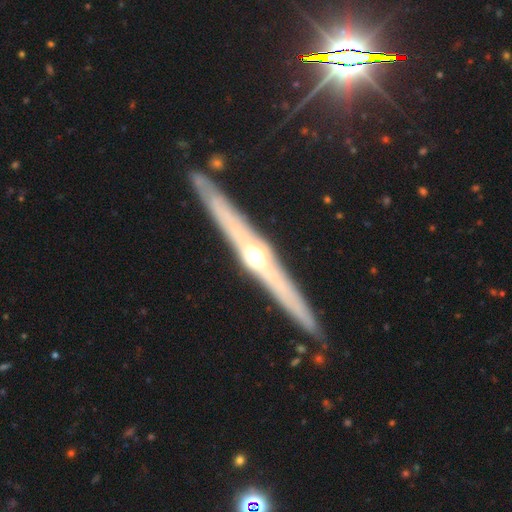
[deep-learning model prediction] smooth_or_featured: featured or disk (p=0.81) [alt: smooth p=0.13]
disk_edge_on: yes (p=0.97) [alt: no p=0.03]
edge_on_bulge: rounded (p=0.86) [alt: none p=0.09]
merging: none (p=0.89) [alt: minor disturbance p=0.08]